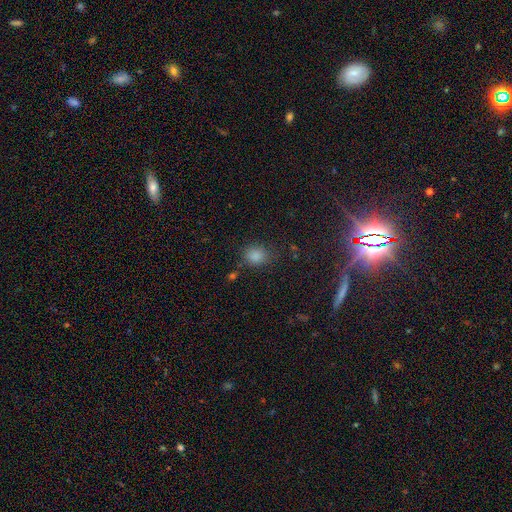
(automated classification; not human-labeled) This appears to be a smooth galaxy with no disk features (83%) that is round (62%). Merging: none (74%).